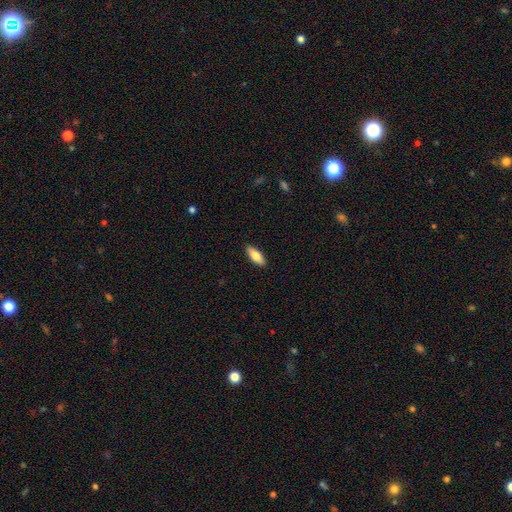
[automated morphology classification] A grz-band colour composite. It shows a smooth galaxy with no disk features (79%) that is in between round and cigar-shaped (76%). Merging: none (90%).